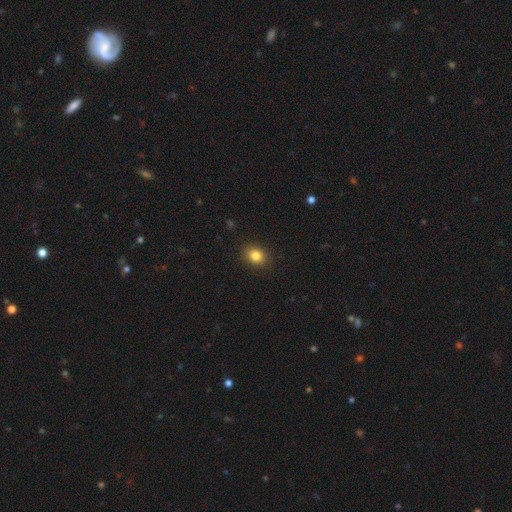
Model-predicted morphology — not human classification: smooth 83%, star or artifact 11%, featured or disk 6%. Down the decision tree: how rounded — round (57%); merging — none (89%).